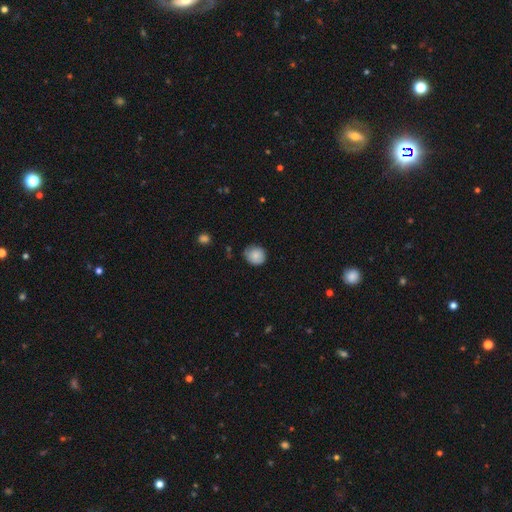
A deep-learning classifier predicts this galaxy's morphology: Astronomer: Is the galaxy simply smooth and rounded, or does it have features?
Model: smooth — 82%.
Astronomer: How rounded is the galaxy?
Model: round — 85%.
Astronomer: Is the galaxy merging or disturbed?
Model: none — 73%.